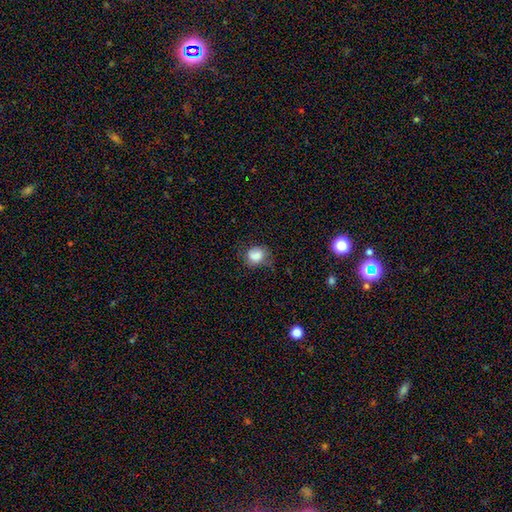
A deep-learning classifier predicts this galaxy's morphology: Smooth or featured?
  - smooth: 80% *
  - featured or disk: 11%
  - star or artifact: 9%
How rounded?
  - round: 57% *
  - in between: 42%
  - cigar-shaped: 1%
Merging?
  - none: 52% *
  - minor disturbance: 32%
  - major disturbance: 14%
  - merger: 2%